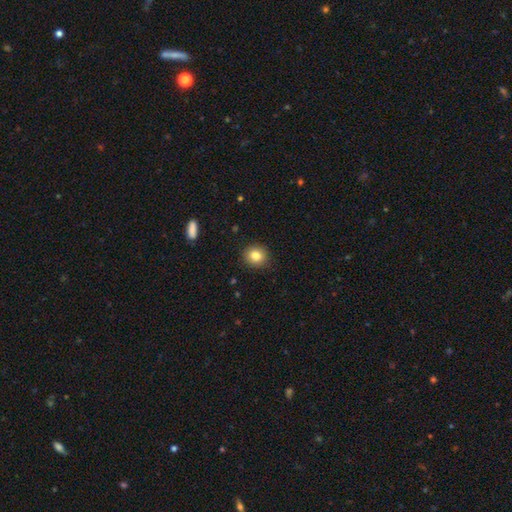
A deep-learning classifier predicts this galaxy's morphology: This appears to be a smooth galaxy with no disk features (82%) that is round (85%). Merging: none (90%).